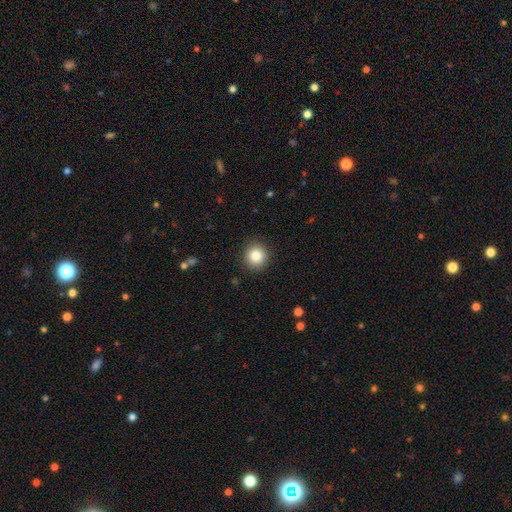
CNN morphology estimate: Overall: smooth (86%). How rounded: round (90%). Merging: none (89%).